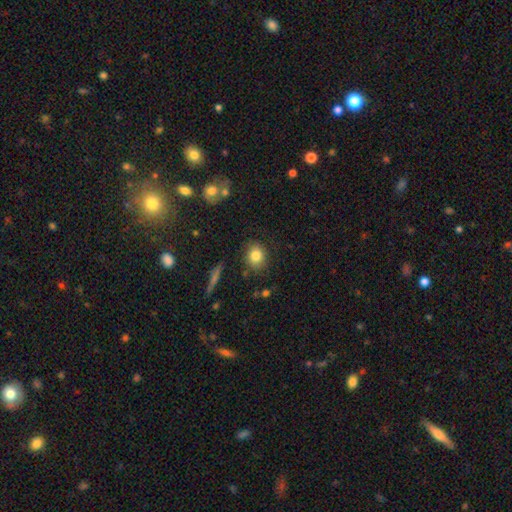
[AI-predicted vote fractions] Smooth or featured? smooth (82%)
How rounded? round (67%)
Merging? none (83%)